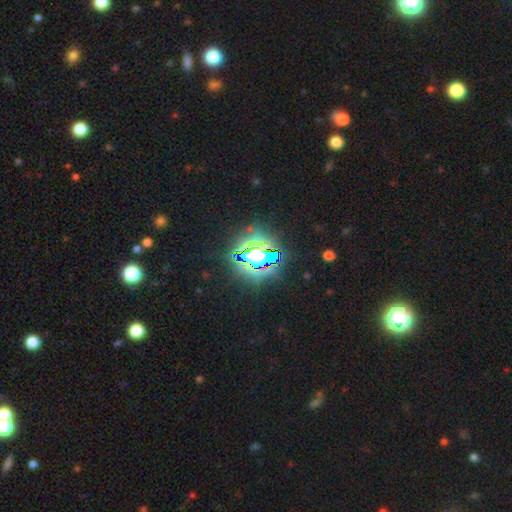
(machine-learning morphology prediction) smooth_or_featured: star or artifact (p=0.68) [alt: smooth p=0.19]